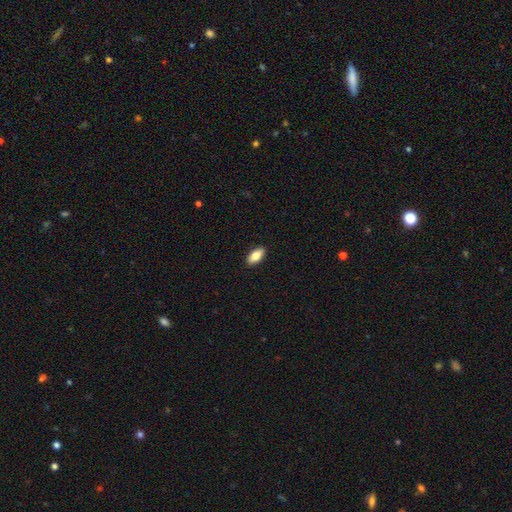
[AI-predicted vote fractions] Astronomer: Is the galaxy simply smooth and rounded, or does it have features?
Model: smooth — 81%.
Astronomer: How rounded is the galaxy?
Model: in between — 88%.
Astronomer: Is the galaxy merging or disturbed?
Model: none — 90%.